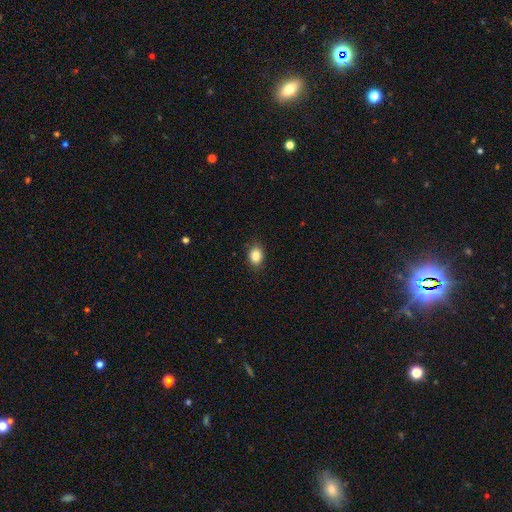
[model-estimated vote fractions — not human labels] Smooth or featured?
  - smooth: 85% *
  - star or artifact: 9%
  - featured or disk: 5%
How rounded?
  - in between: 61% *
  - round: 38%
  - cigar-shaped: 1%
Merging?
  - none: 86% *
  - minor disturbance: 11%
  - major disturbance: 2%
  - merger: 1%